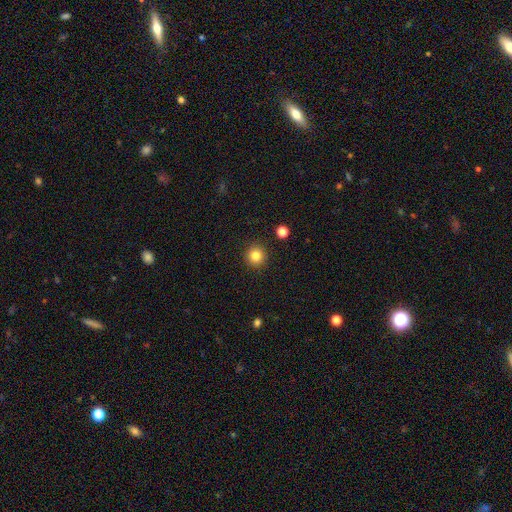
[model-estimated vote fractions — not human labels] A smooth galaxy with no disk features (83%) that is round (95%).

Vote fractions:
- Smooth or featured? smooth: 83% / star or artifact: 11% / featured or disk: 6%
- How rounded? round: 95% / in between: 4% / cigar-shaped: 1%
- Merging? none: 92% / minor disturbance: 5% / major disturbance: 2% / merger: 2%